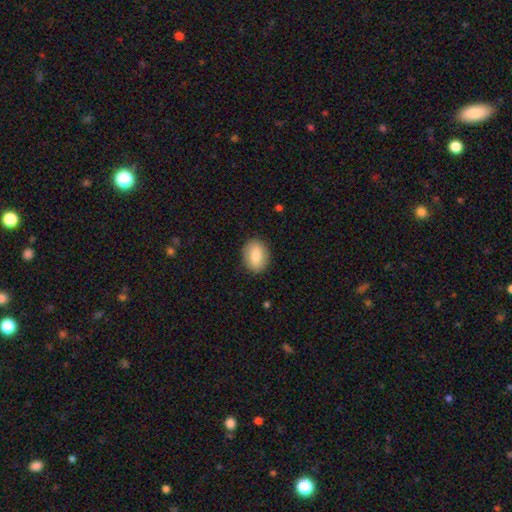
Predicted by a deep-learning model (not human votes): This is likely a smooth galaxy (76%). How rounded: likely in between (63%). Merging: clearly none (87%).